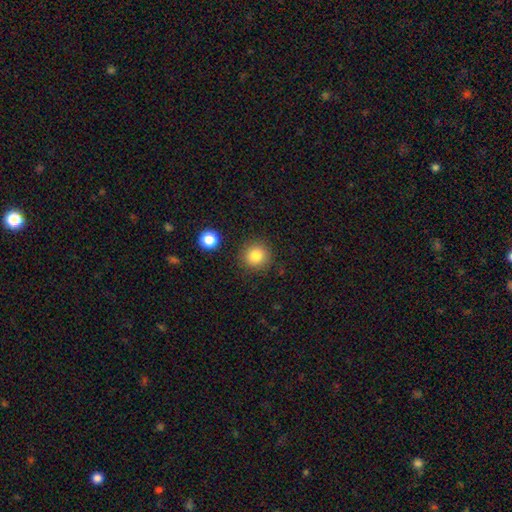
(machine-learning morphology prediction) This is clearly a smooth galaxy (83%). How rounded: clearly round (93%). Merging: clearly none (87%).